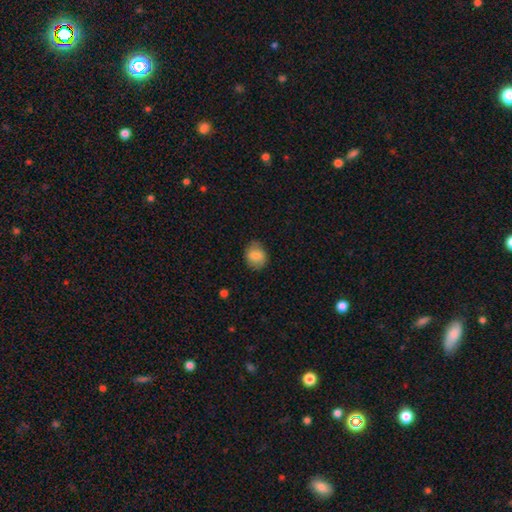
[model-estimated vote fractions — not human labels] The model was most divided on "how rounded": round: 56%, in between: 43%, cigar-shaped: 1%. More confident: merging — none (83%); smooth or featured — smooth (79%).